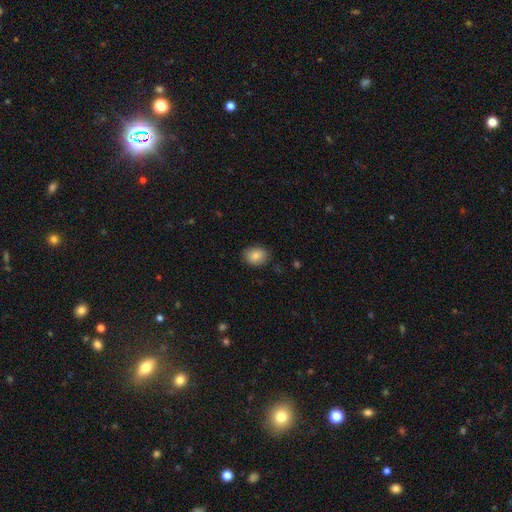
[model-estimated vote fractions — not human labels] Overall: smooth (85%). How rounded: in between (62%; round 37%). Merging: none (84%).